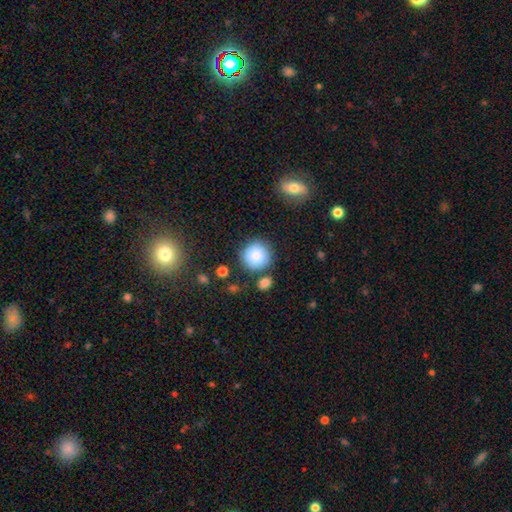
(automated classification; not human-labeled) A smooth galaxy with no disk features (80%) that is round (94%). Merging: none (77%).